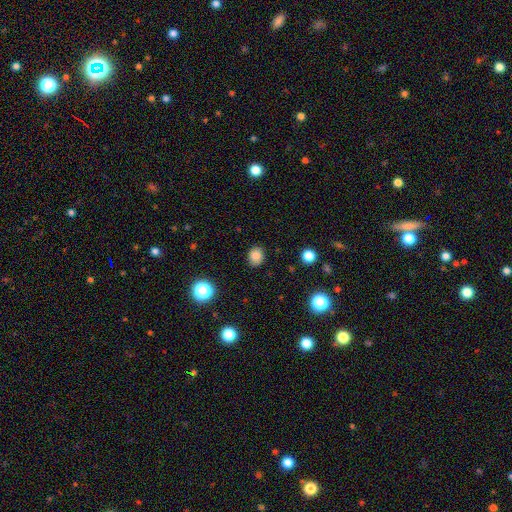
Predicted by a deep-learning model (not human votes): The model was most divided on "how rounded": round: 66%, in between: 33%, cigar-shaped: 1%. More confident: merging — none (84%); smooth or featured — smooth (83%).